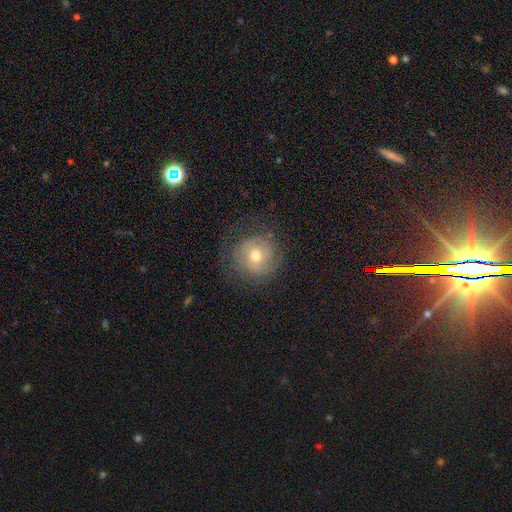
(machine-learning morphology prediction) featured or disk 49%, smooth 41%, star or artifact 10%. Down the decision tree: merging — none (69%).